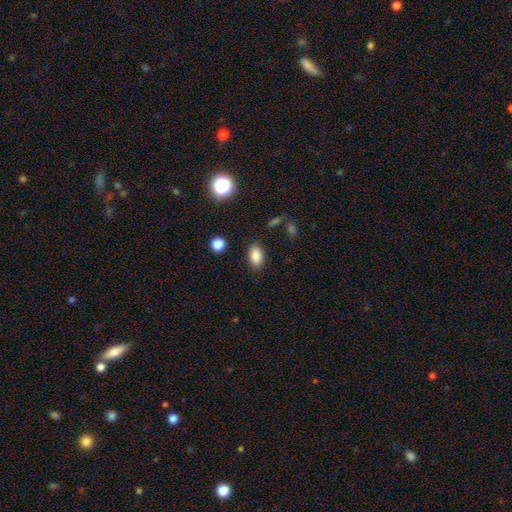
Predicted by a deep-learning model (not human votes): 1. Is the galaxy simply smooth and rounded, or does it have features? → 85% smooth, 9% star or artifact, 5% featured or disk.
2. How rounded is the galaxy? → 90% in between, 8% round, 2% cigar-shaped.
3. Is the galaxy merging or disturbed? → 86% none, 10% minor disturbance, 3% major disturbance, 2% merger.